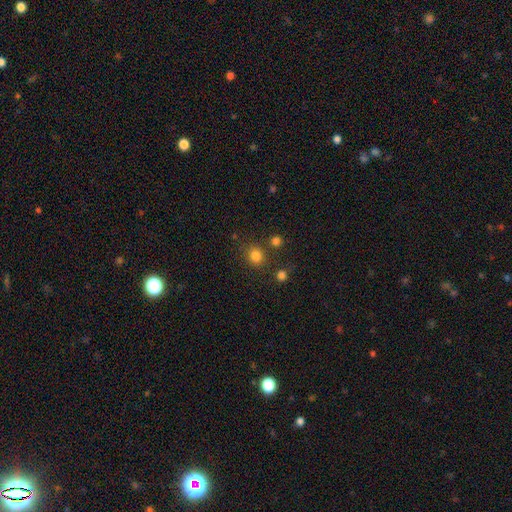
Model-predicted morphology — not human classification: type=smooth (81%); roundness=round (83%); merging=none (79%).